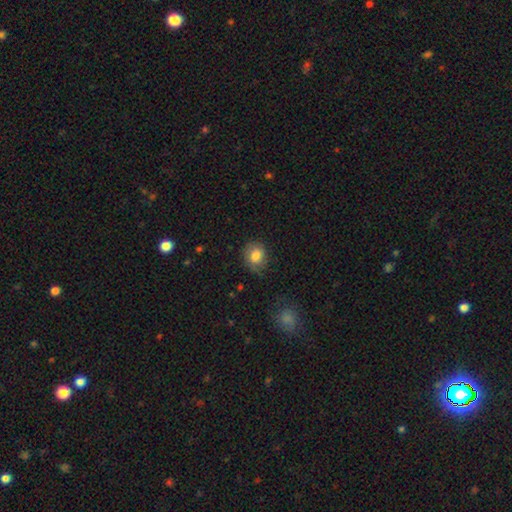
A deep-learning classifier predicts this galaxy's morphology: smooth_or_featured: smooth (p=0.82) [alt: featured or disk p=0.09]
how_rounded: round (p=0.67) [alt: in between p=0.32]
merging: none (p=0.70) [alt: minor disturbance p=0.22]